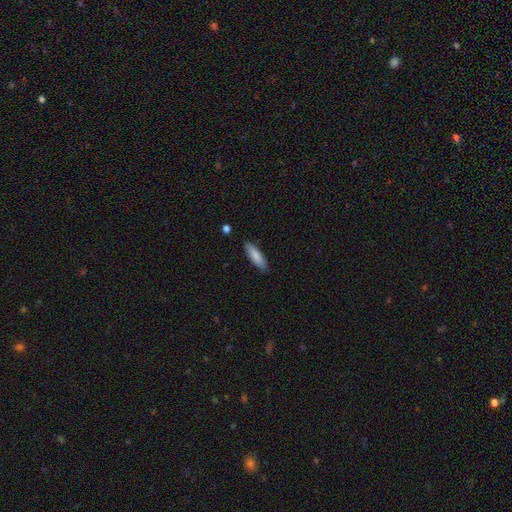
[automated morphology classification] Overall: smooth (85%). How rounded: cigar-shaped (57%; in between 42%). Merging: none (88%).